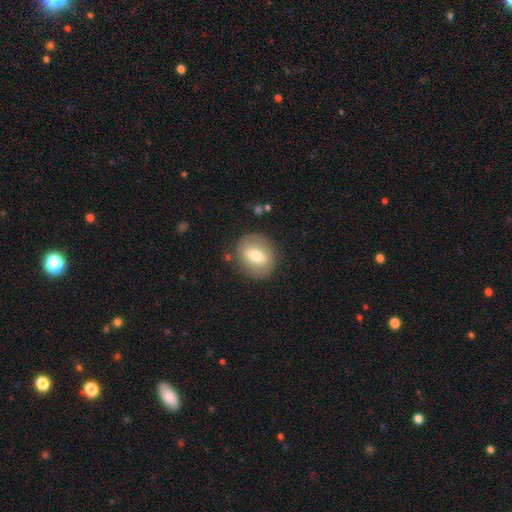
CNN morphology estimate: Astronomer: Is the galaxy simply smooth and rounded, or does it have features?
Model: smooth — 57% (runner-up: featured or disk, 36%).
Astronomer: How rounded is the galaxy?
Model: round — 68%.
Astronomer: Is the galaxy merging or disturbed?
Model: none — 83%.